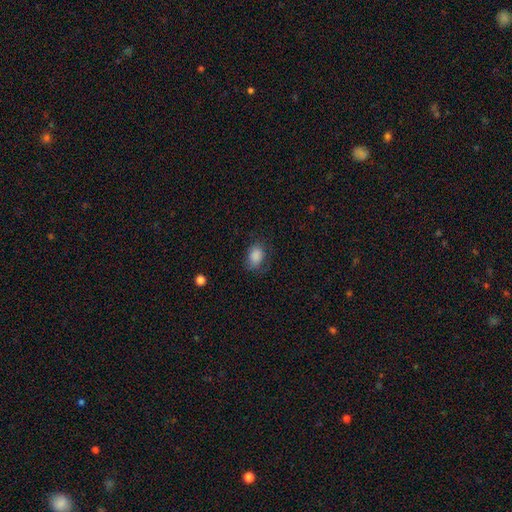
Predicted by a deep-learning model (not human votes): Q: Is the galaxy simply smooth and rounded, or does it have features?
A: smooth — 84%.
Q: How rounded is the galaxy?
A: in between — 70%.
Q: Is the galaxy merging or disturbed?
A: none — 64%.